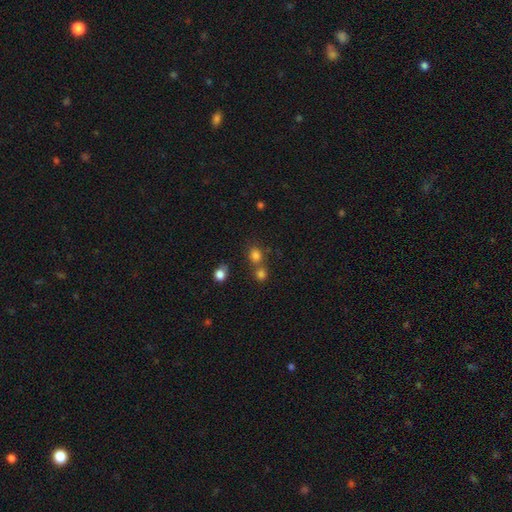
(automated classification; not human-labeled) Q: Smooth or featured?
A: smooth (78%); runner-up: star or artifact (15%)
Q: How rounded?
A: round (63%); runner-up: in between (35%)
Q: Merging?
A: none (55%); runner-up: merger (31%)